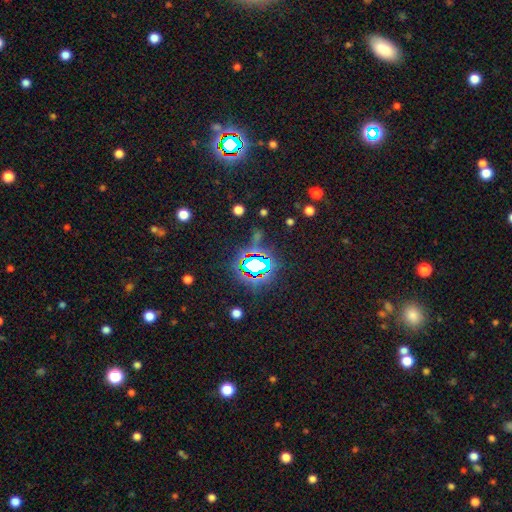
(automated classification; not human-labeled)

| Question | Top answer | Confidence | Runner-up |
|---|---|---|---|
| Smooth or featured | star or artifact | 75% | smooth (15%) |